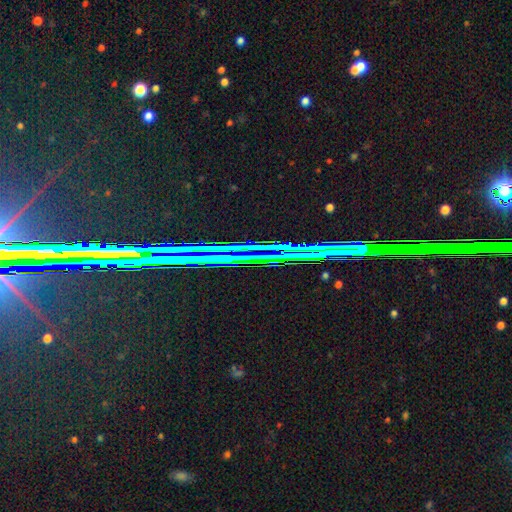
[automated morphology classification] This is clearly a star or artifact rather than a galaxy (82%).